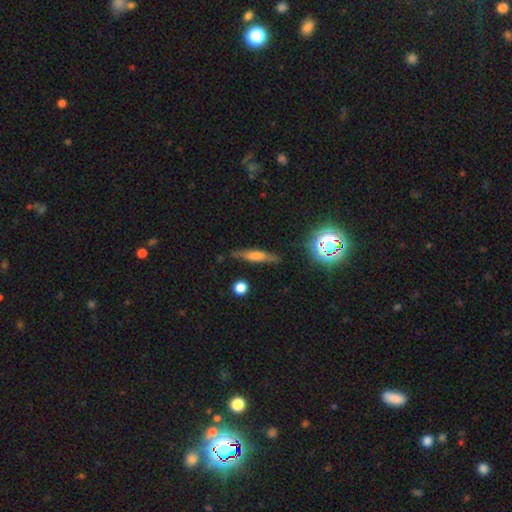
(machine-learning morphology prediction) Smooth or featured?
  - smooth: 46% *
  - featured or disk: 39%
  - star or artifact: 15%
Merging?
  - none: 82% *
  - minor disturbance: 13%
  - major disturbance: 3%
  - merger: 2%